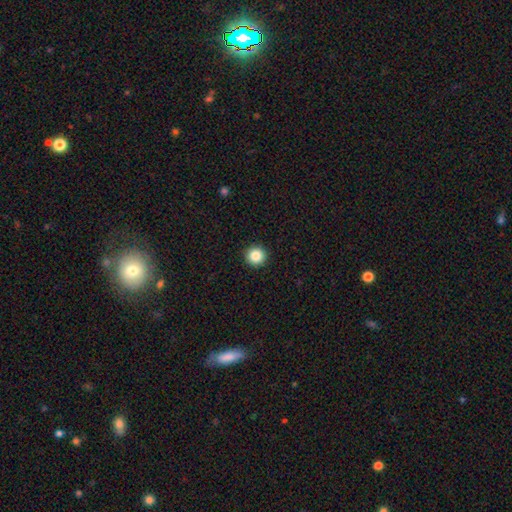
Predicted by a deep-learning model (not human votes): Overall: smooth (86%). How rounded: round (95%). Merging: none (94%).